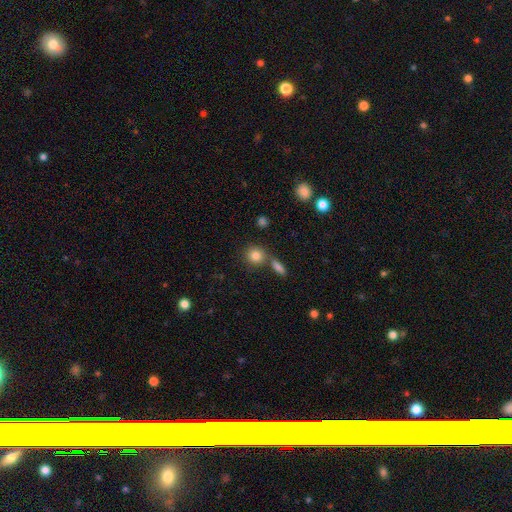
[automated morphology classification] Overall: smooth (83%). How rounded: round (84%). Merging: none (70%).